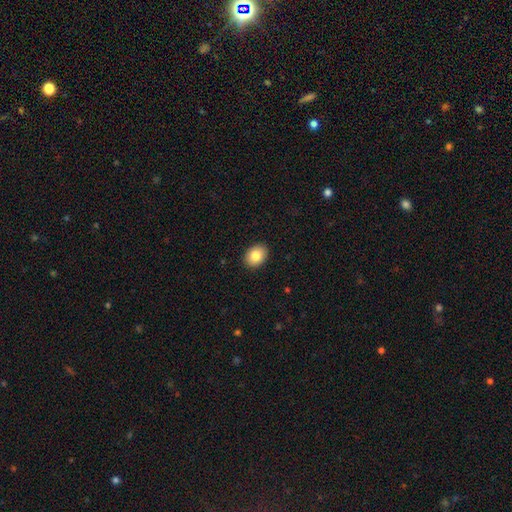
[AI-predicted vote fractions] smooth_or_featured: smooth (p=0.82) [alt: featured or disk p=0.09]
how_rounded: in between (p=0.60) [alt: round p=0.39]
merging: none (p=0.91) [alt: minor disturbance p=0.07]